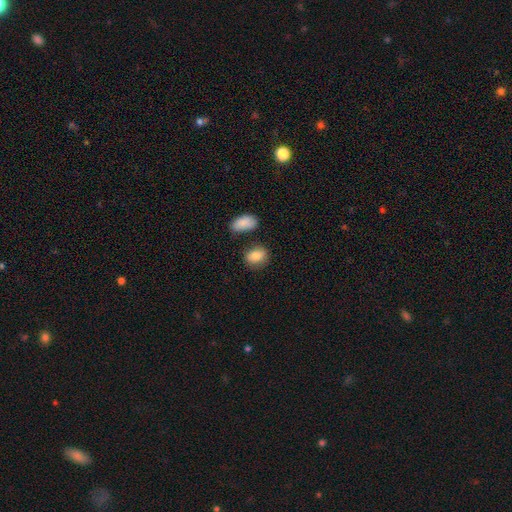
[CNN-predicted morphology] Smooth or featured?
  - smooth: 86% *
  - star or artifact: 7%
  - featured or disk: 7%
How rounded?
  - in between: 69% *
  - round: 29%
  - cigar-shaped: 2%
Merging?
  - none: 72% *
  - minor disturbance: 16%
  - merger: 8%
  - major disturbance: 4%